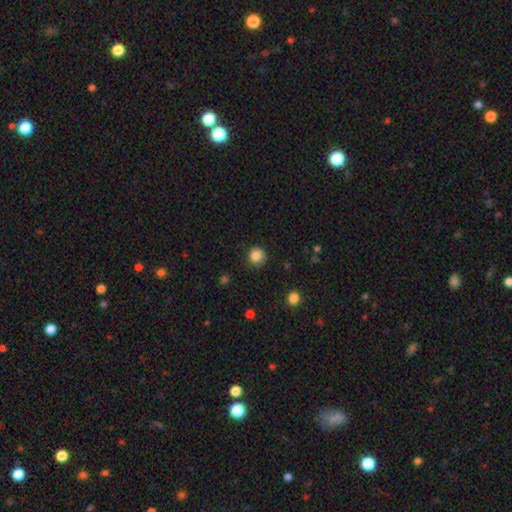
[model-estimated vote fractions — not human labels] smooth 85%, star or artifact 11%, featured or disk 4%. Down the decision tree: how rounded — round (92%); merging — none (85%).